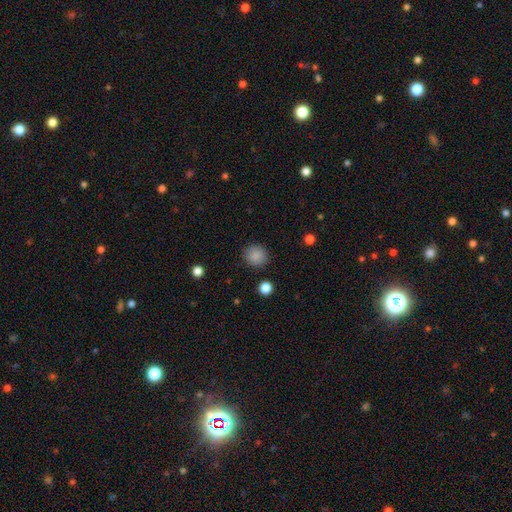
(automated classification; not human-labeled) A smooth galaxy with no disk features (88%) that is round (84%).

Vote fractions:
- Smooth or featured? smooth: 88% / star or artifact: 9% / featured or disk: 3%
- How rounded? round: 84% / in between: 15% / cigar-shaped: 1%
- Merging? none: 89% / minor disturbance: 7% / major disturbance: 2% / merger: 1%